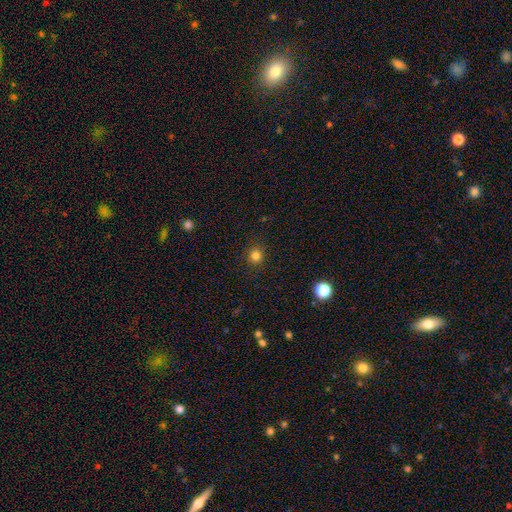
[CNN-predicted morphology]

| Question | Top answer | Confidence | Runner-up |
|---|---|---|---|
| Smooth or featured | smooth | 81% | star or artifact (14%) |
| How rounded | round | 89% | in between (10%) |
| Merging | none | 90% | minor disturbance (7%) |